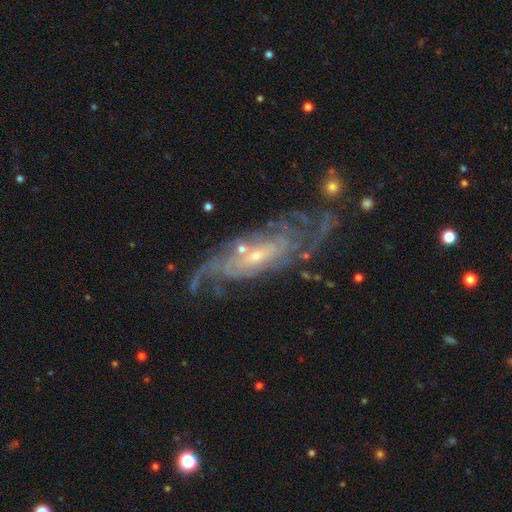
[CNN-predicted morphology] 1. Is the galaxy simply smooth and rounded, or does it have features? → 86% featured or disk, 7% smooth, 7% star or artifact.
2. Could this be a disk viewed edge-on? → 88% no, 12% yes.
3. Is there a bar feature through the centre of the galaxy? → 55% no, 34% weak, 11% strong.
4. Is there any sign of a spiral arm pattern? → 95% yes, 5% no.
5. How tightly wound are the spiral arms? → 57% tight, 33% medium, 11% loose.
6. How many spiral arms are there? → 41% can't tell, 15% 2, 15% 4, 13% 3, 9% more than 4, 6% 1.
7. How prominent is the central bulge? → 74% small, 20% moderate, 3% none, 2% large, 1% dominant.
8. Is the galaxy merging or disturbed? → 65% none, 19% minor disturbance, 12% major disturbance, 4% merger.